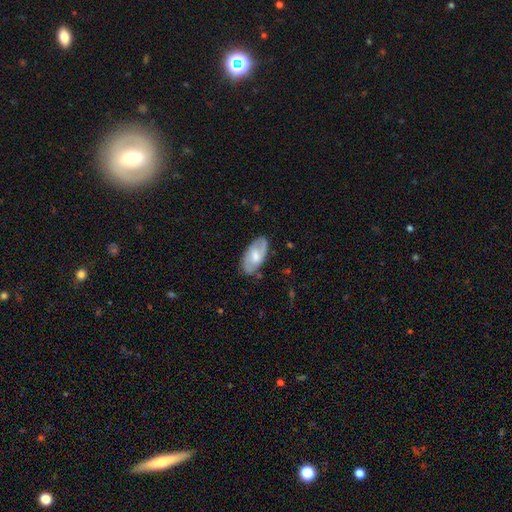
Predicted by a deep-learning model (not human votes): featured or disk 47% (tied), smooth 47% (tied), star or artifact 6%. Down the decision tree: merging — none (77%).